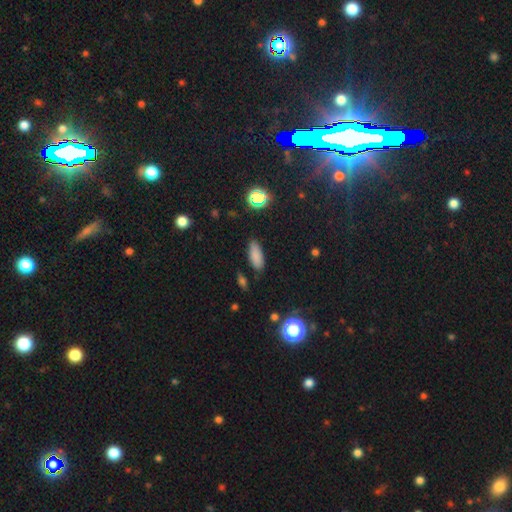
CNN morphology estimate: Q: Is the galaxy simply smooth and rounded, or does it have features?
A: smooth — 82%.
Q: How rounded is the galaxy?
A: in between — 77%.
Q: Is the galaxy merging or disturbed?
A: none — 83%.